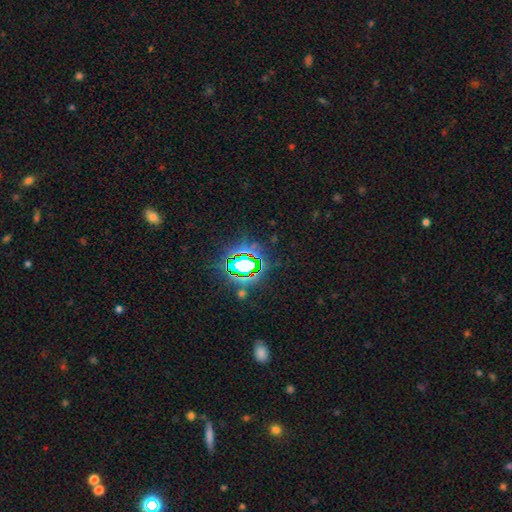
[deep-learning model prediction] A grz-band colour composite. It shows a star or artifact, not a galaxy (77%).